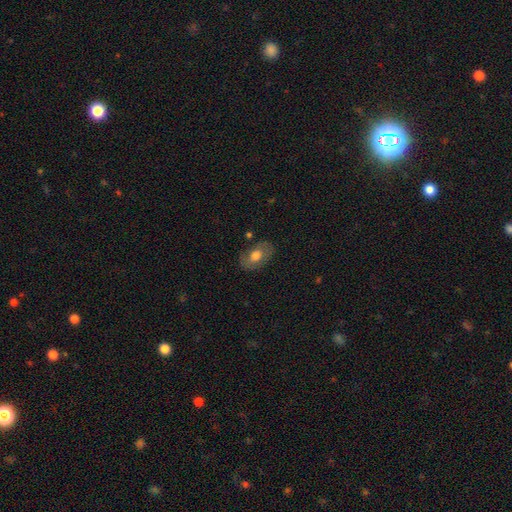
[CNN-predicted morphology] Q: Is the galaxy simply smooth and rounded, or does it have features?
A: smooth — 59%.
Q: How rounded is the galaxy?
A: in between — 86%.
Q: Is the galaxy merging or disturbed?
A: none — 77%.